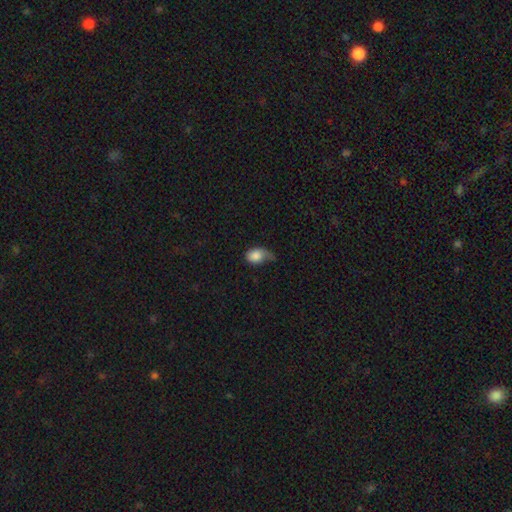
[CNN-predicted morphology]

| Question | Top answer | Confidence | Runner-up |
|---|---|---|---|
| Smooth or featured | smooth | 79% | featured or disk (13%) |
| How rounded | in between | 77% | round (21%) |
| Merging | minor disturbance | 41% | major disturbance (28%) |